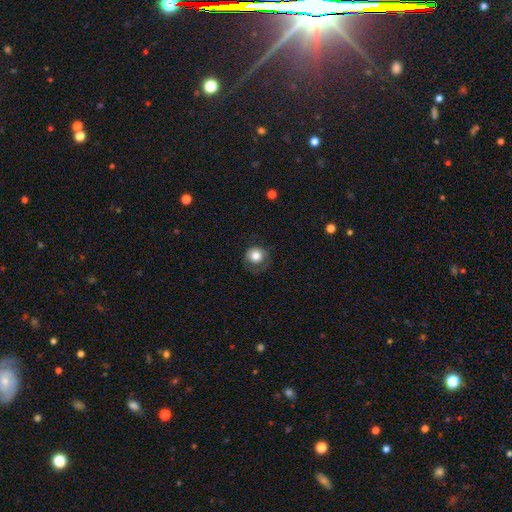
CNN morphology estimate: Q: Smooth or featured?
A: smooth (79%); runner-up: featured or disk (12%)
Q: How rounded?
A: round (90%); runner-up: in between (10%)
Q: Merging?
A: none (60%); runner-up: minor disturbance (21%)